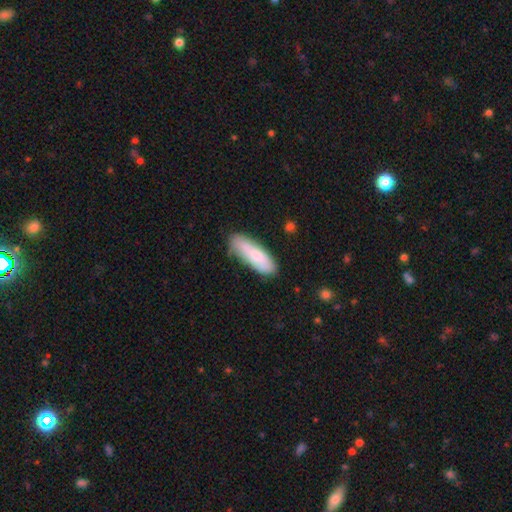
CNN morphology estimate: A smooth galaxy with no disk features (74%) that is in between round and cigar-shaped (51%). Merging: none (75%).